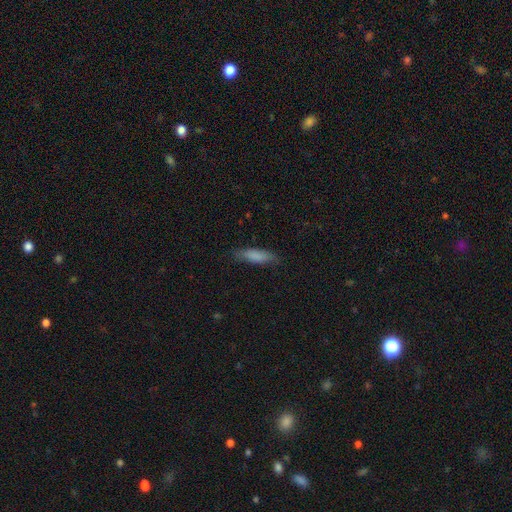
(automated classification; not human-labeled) Q: Smooth or featured?
A: smooth (83%); runner-up: featured or disk (11%)
Q: How rounded?
A: cigar-shaped (61%); runner-up: in between (37%)
Q: Merging?
A: none (81%); runner-up: minor disturbance (15%)